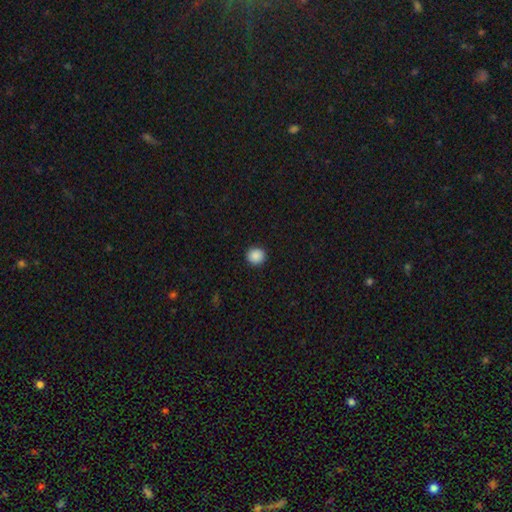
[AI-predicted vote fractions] smooth_or_featured: smooth (p=0.89) [alt: star or artifact p=0.09]
how_rounded: round (p=0.89) [alt: in between p=0.10]
merging: none (p=0.92) [alt: minor disturbance p=0.05]